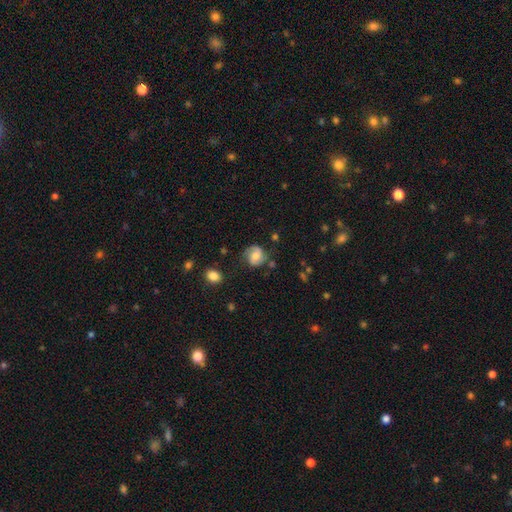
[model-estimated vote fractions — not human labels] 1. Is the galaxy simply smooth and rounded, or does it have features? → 50% featured or disk, 42% smooth, 9% star or artifact.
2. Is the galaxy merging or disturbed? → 67% none, 21% minor disturbance, 8% major disturbance, 3% merger.